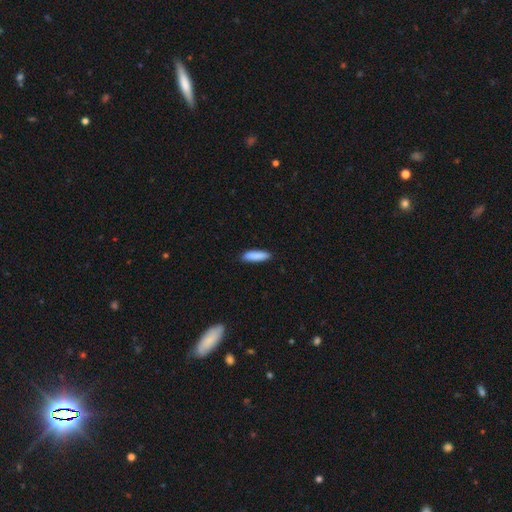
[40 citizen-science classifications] Smooth or featured?
  - smooth: 92% *
  - featured or disk: 5%
  - star or artifact: 2%
How rounded?
  - cigar-shaped: 51% *
  - in between: 49%
  - round: 0%
Merging?
  - none: 87% *
  - minor disturbance: 13%
  - major disturbance: 0%
  - merger: 0%